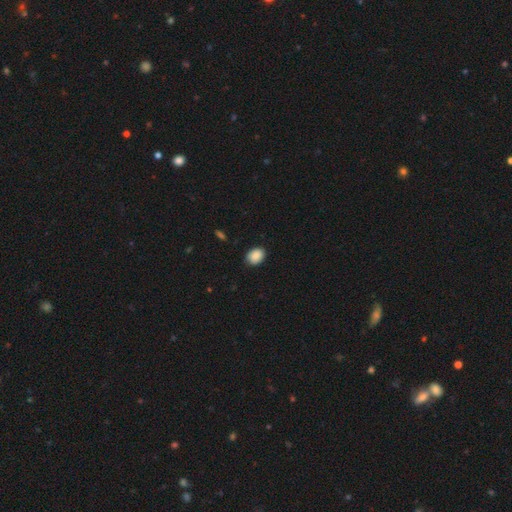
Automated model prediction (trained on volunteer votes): Q: Smooth or featured?
A: smooth (88%); runner-up: star or artifact (7%)
Q: How rounded?
A: in between (66%); runner-up: round (33%)
Q: Merging?
A: none (86%); runner-up: minor disturbance (11%)